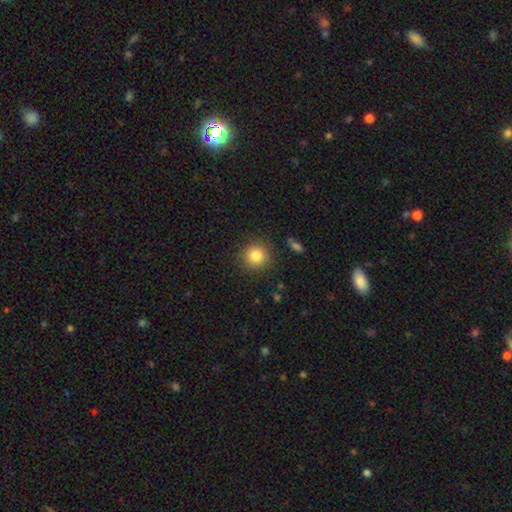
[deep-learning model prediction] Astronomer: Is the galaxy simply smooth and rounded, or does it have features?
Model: smooth — 84%.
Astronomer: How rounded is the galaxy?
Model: round — 93%.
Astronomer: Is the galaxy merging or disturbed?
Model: none — 88%.